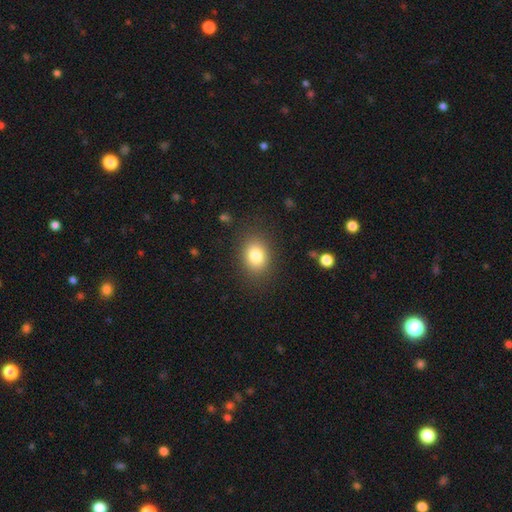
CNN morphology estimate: The model was most divided on "how rounded": in between: 57%, round: 42%, cigar-shaped: 1%. More confident: merging — none (85%); smooth or featured — smooth (82%).